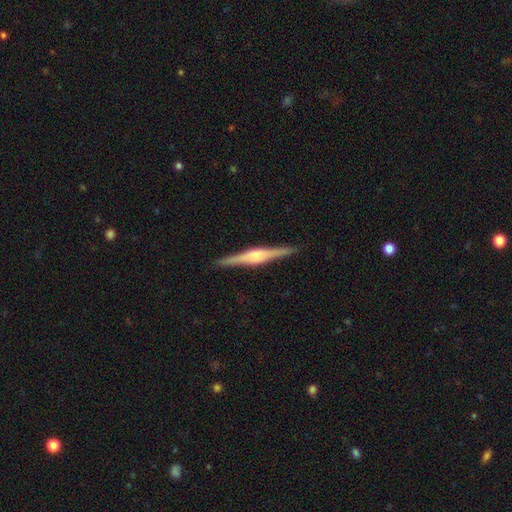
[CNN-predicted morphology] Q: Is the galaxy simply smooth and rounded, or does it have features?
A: featured or disk — 81%.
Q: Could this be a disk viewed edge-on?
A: yes — 98%.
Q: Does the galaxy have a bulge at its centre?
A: rounded — 72%.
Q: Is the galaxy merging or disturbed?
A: none — 92%.